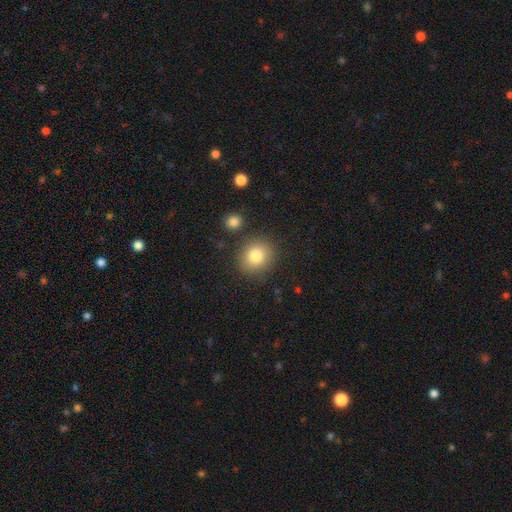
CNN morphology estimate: Smooth or featured? smooth (83%)
How rounded? round (80%)
Merging? none (84%)